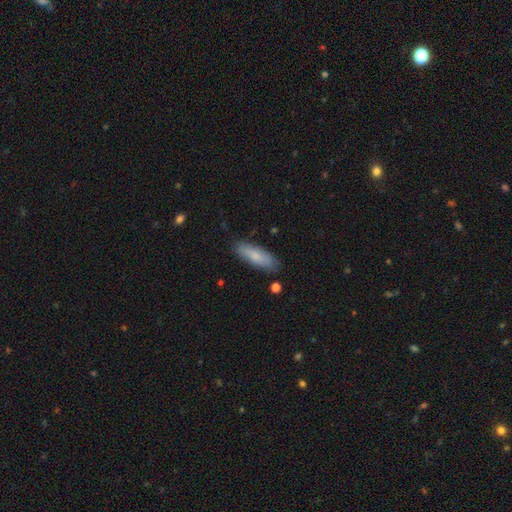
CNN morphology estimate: A smooth galaxy with no disk features (77%) that is in between round and cigar-shaped (52%).

Vote fractions:
- Smooth or featured? smooth: 77% / featured or disk: 17% / star or artifact: 6%
- How rounded? in between: 52% / cigar-shaped: 46% / round: 2%
- Merging? none: 83% / minor disturbance: 13% / major disturbance: 2% / merger: 2%